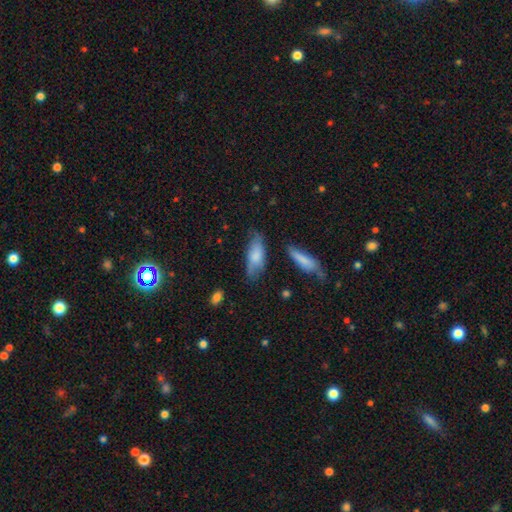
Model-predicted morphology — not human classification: The model was most divided on "merging": none: 59%, minor disturbance: 28%, major disturbance: 9%, merger: 5%. More confident: how rounded — in between (75%); smooth or featured — smooth (73%).